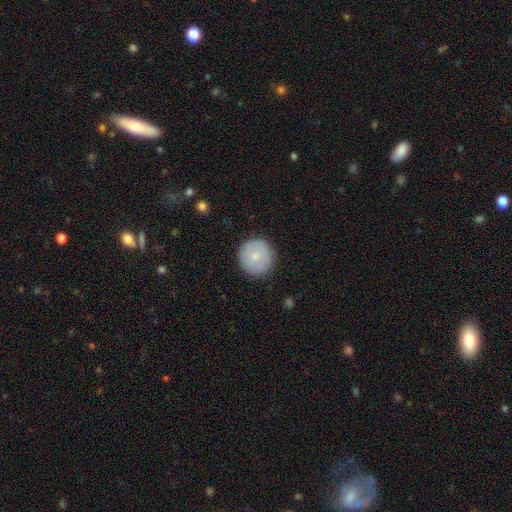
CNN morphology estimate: Smooth or featured?
  - smooth: 77% *
  - featured or disk: 17%
  - star or artifact: 7%
How rounded?
  - round: 95% *
  - in between: 4%
  - cigar-shaped: 1%
Merging?
  - none: 89% *
  - minor disturbance: 8%
  - major disturbance: 2%
  - merger: 1%